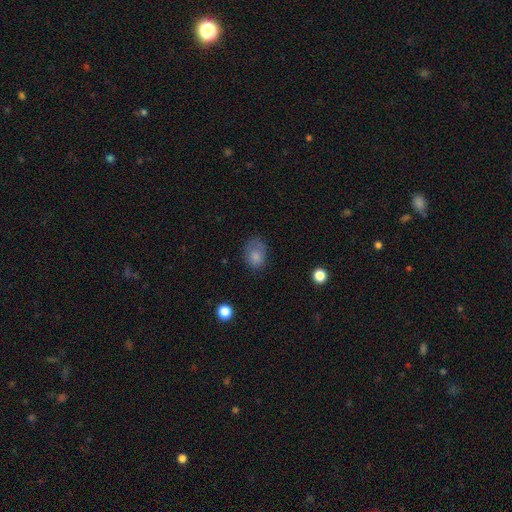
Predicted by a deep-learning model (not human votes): A smooth galaxy with no disk features (80%) that is in between round and cigar-shaped (69%).

Vote fractions:
- Smooth or featured? smooth: 80% / star or artifact: 10% / featured or disk: 10%
- How rounded? in between: 69% / round: 30% / cigar-shaped: 1%
- Merging? none: 56% / minor disturbance: 29% / major disturbance: 14% / merger: 2%